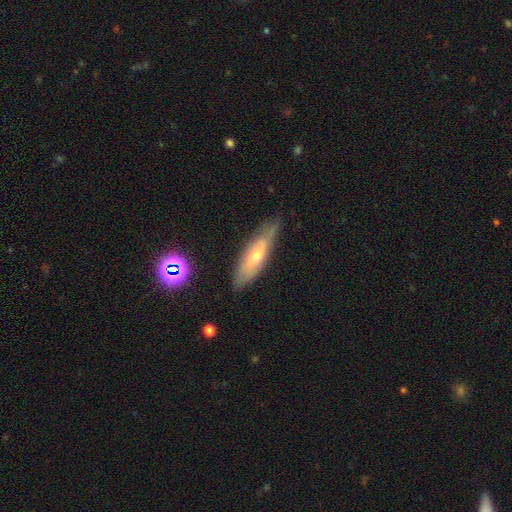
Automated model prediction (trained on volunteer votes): The model was most divided on "smooth or featured": featured or disk: 46%, smooth: 45%, star or artifact: 9%. More confident: merging — none (72%).